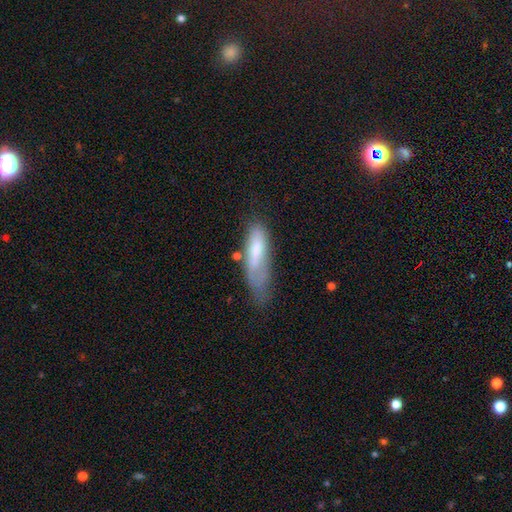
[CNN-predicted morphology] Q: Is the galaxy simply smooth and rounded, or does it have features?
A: smooth — 63%.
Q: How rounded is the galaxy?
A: cigar-shaped — 59%.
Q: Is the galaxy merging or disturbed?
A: none — 37%.